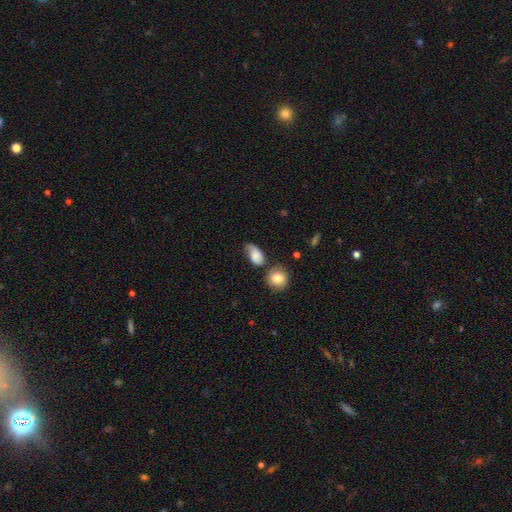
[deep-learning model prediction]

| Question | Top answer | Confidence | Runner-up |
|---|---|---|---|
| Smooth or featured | smooth | 72% | featured or disk (20%) |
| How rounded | in between | 85% | round (12%) |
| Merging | none | 43% | minor disturbance (33%) |